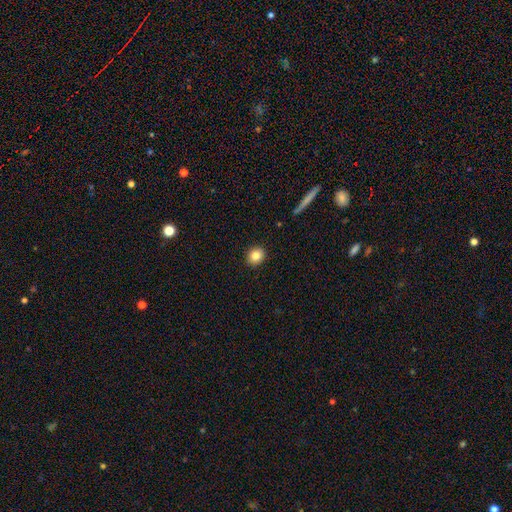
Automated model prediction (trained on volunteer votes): Smooth or featured? Predicted: smooth (p=0.84). How rounded? Predicted: round (p=0.72). Merging? Predicted: none (p=0.91).